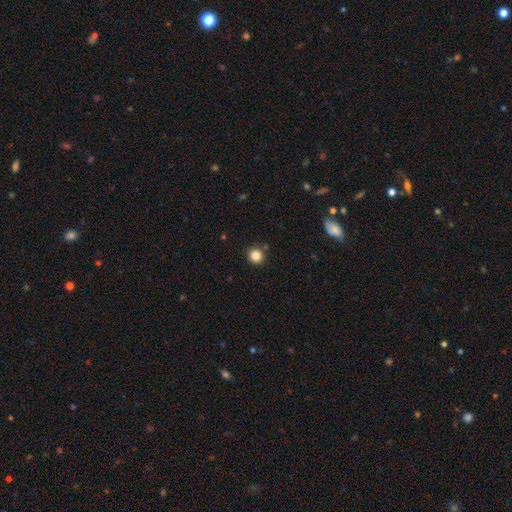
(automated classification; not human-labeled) This is clearly a smooth galaxy (85%). How rounded: clearly round (92%). Merging: clearly none (88%).